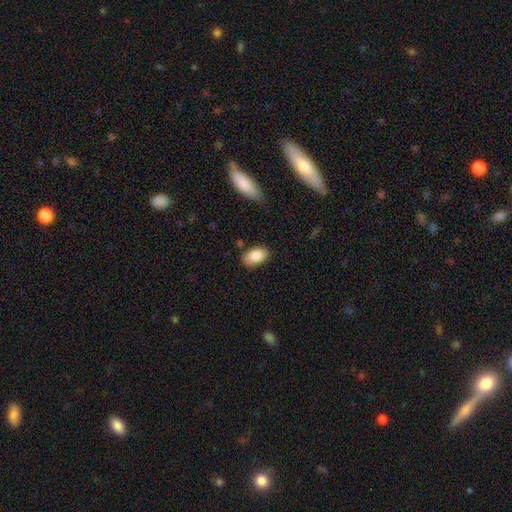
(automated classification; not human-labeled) smooth-or-featured: smooth: 86% | featured or disk: 7% | star or artifact: 7%
  how-rounded: in between: 93% | round: 6% | cigar-shaped: 2%
  merging: none: 80% | minor disturbance: 15% | major disturbance: 3% | merger: 2%